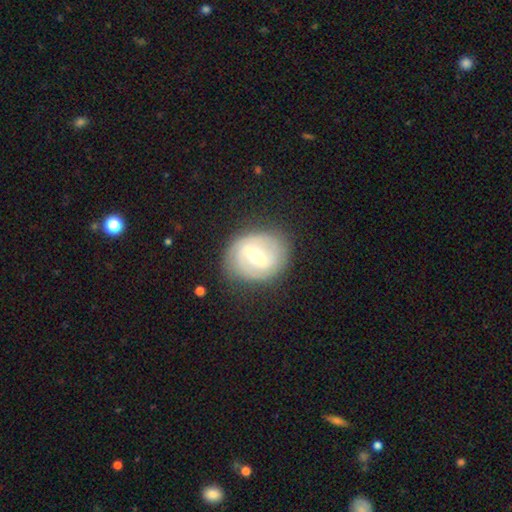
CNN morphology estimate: type=featured or disk (72%); edge-on=no (96%); bar=weak (45%); spiral arms=yes (78%); winding=tight (41%); arm count=2 (63%); bulge=moderate (57%); merging=none (79%).